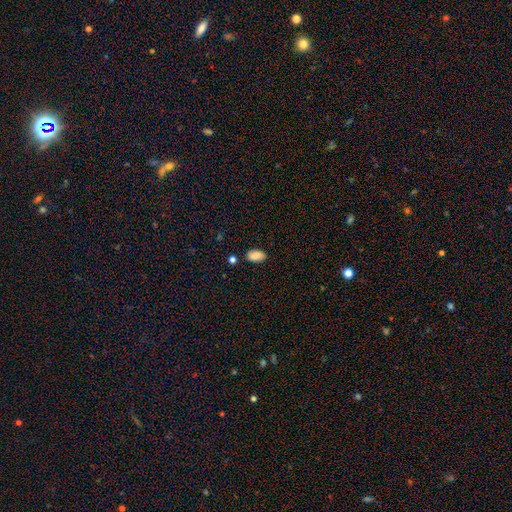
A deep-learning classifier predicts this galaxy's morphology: smooth_or_featured: smooth (p=0.86) [alt: star or artifact p=0.08]
how_rounded: in between (p=0.93) [alt: round p=0.05]
merging: none (p=0.84) [alt: minor disturbance p=0.11]